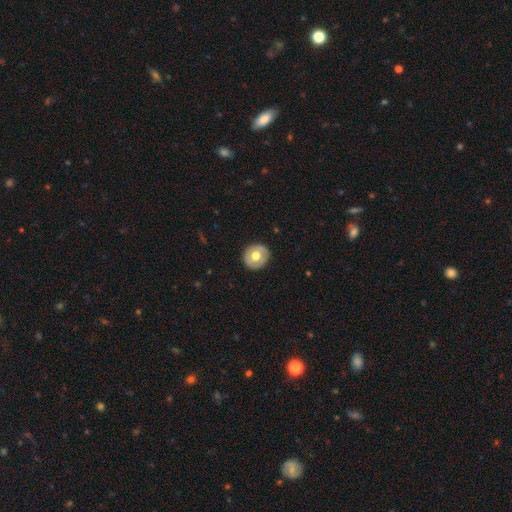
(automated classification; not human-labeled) smooth-or-featured: smooth: 53% | featured or disk: 40% | star or artifact: 6%
  how-rounded: round: 87% | in between: 12% | cigar-shaped: 1%
  merging: none: 86% | minor disturbance: 10% | major disturbance: 3% | merger: 1%